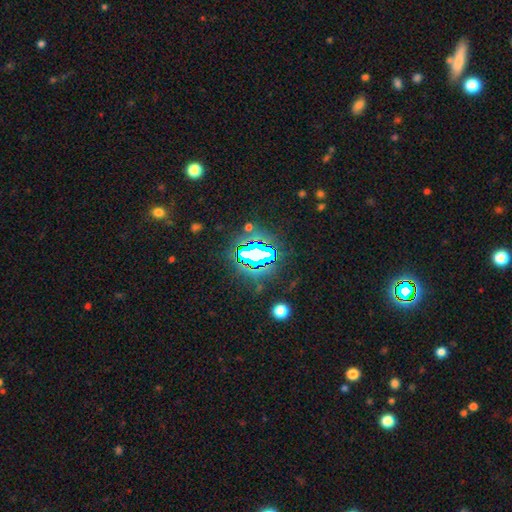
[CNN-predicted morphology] This appears to be a star or artifact, not a galaxy (74%).